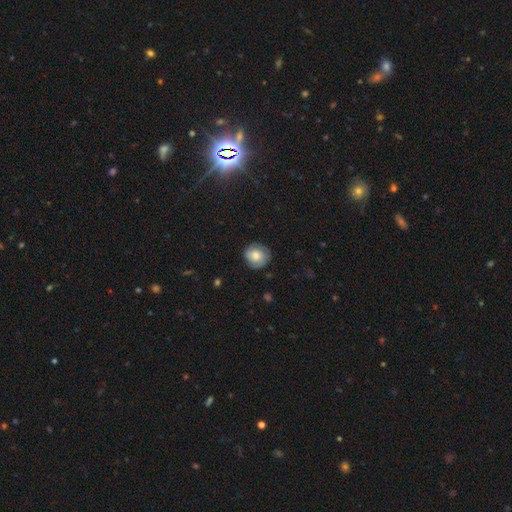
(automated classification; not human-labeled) The model was most divided on "smooth or featured": smooth: 60%, featured or disk: 31%, star or artifact: 9%. More confident: how rounded — round (88%); merging — none (80%).